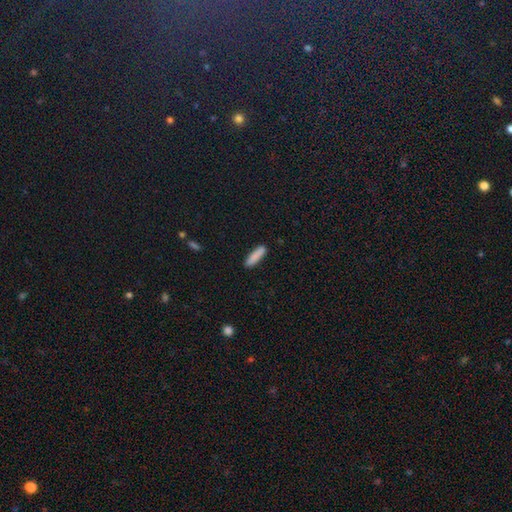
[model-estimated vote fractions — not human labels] Q: Smooth or featured?
A: smooth (87%); runner-up: featured or disk (7%)
Q: How rounded?
A: cigar-shaped (76%); runner-up: in between (23%)
Q: Merging?
A: none (89%); runner-up: minor disturbance (8%)